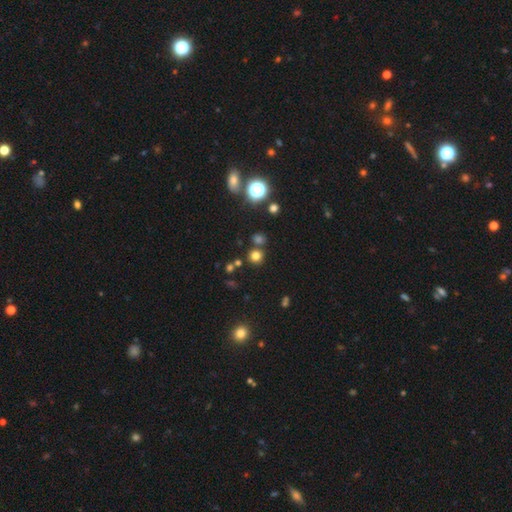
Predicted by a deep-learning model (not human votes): Morphology: type=smooth (71%); roundness=round (90%); merging=none (77%).